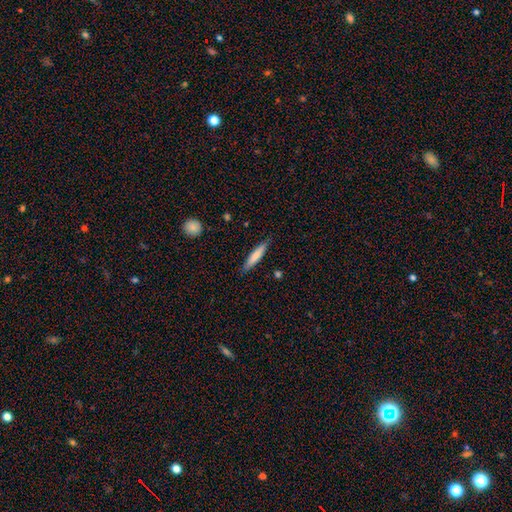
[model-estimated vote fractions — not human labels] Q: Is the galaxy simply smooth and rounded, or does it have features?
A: smooth — 75%.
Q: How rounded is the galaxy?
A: cigar-shaped — 88%.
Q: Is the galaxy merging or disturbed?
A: none — 86%.